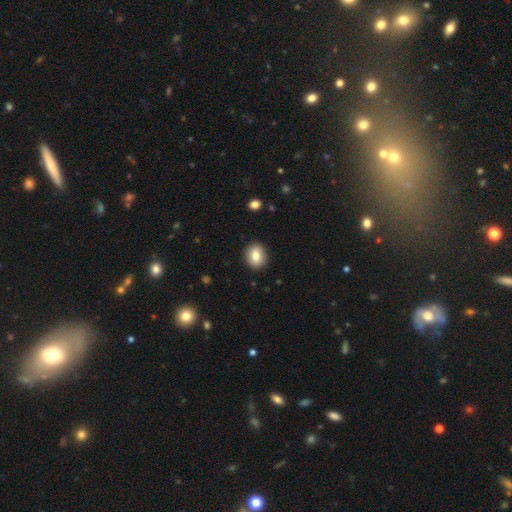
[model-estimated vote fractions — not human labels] Smooth or featured? Predicted: smooth (p=0.82). How rounded? Predicted: round (p=0.52). Merging? Predicted: none (p=0.90).